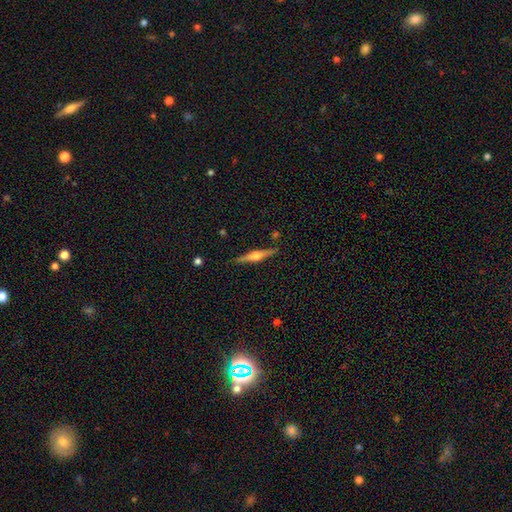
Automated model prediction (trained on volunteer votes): Q: Smooth or featured?
A: featured or disk (74%); runner-up: smooth (20%)
Q: Edge-on disk?
A: yes (98%); runner-up: no (2%)
Q: Edge-on bulge?
A: rounded (89%); runner-up: boxy (8%)
Q: Merging?
A: none (89%); runner-up: minor disturbance (8%)